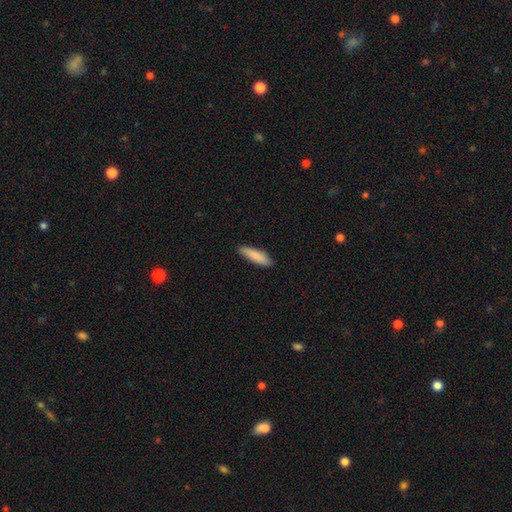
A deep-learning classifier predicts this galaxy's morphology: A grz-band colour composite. It shows a smooth galaxy with no disk features (86%) that is cigar-shaped (69%). Merging: none (87%).